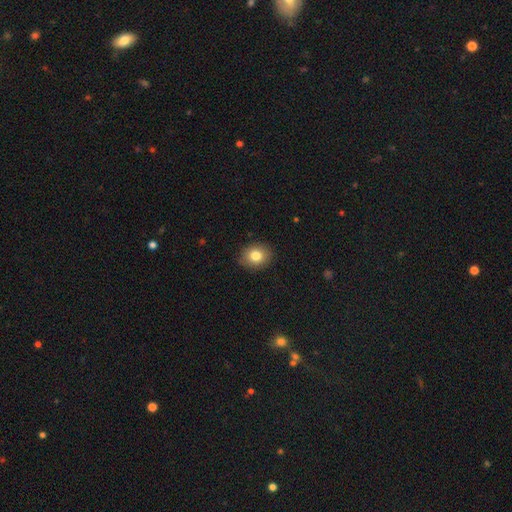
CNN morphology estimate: Q: Smooth or featured?
A: smooth (81%); runner-up: star or artifact (10%)
Q: How rounded?
A: round (57%); runner-up: in between (42%)
Q: Merging?
A: none (89%); runner-up: minor disturbance (8%)